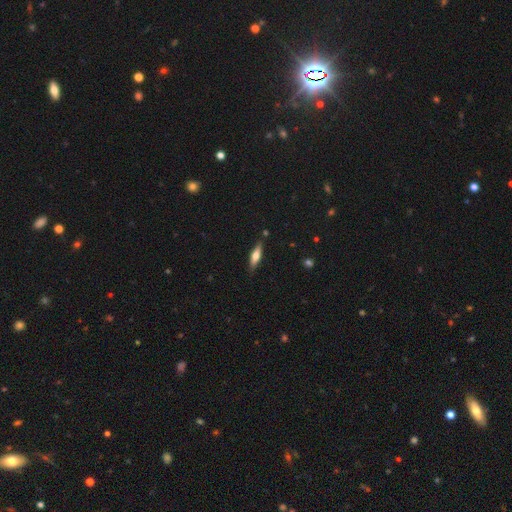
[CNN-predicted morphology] A smooth galaxy with no disk features (49%). Merging: none (85%).